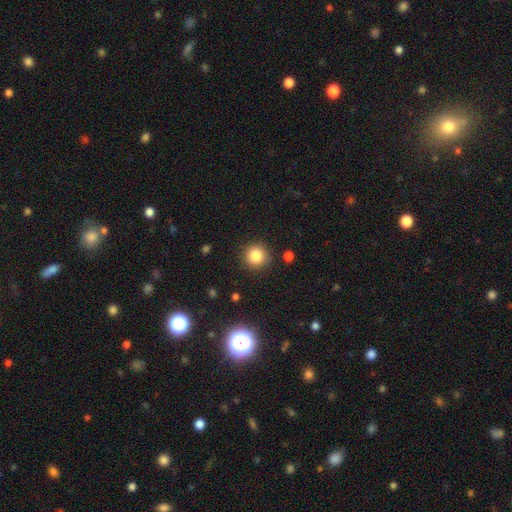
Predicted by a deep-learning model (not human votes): This is clearly a smooth galaxy (84%). How rounded: clearly round (93%). Merging: clearly none (89%).